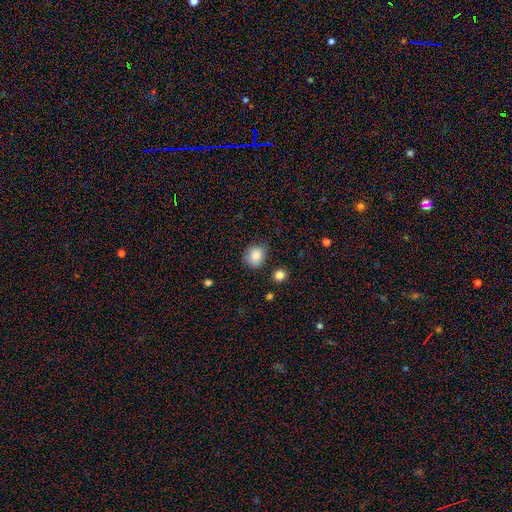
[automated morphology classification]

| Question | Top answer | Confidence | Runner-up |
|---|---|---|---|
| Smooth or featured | smooth | 86% | star or artifact (9%) |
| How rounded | round | 69% | in between (30%) |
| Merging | none | 75% | minor disturbance (17%) |